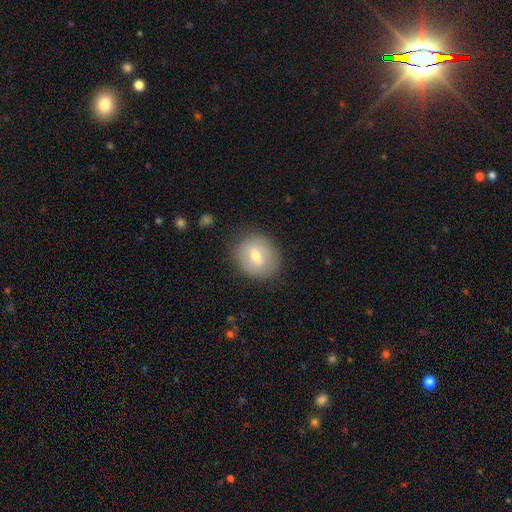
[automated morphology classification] A smooth galaxy with no disk features (57%) that is round (73%). Merging: none (82%).